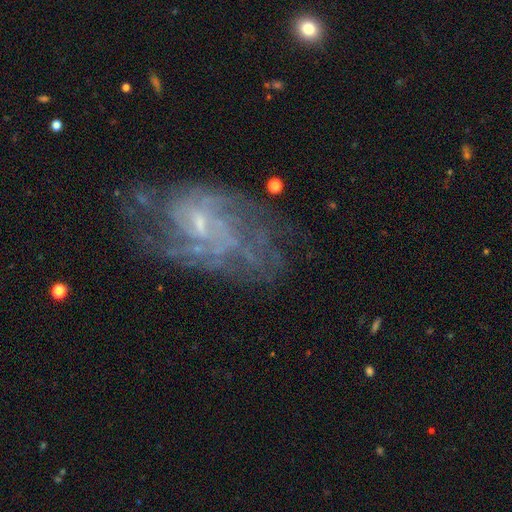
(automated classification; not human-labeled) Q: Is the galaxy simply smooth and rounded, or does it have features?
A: featured or disk — 78%.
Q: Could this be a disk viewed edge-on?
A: no — 96%.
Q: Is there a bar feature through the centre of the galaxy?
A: weak — 49%.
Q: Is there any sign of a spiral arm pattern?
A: yes — 80%.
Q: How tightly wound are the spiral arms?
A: tight — 41%.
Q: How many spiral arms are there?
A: can't tell — 52%.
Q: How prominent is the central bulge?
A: small — 63%.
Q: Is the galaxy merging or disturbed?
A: none — 57%.